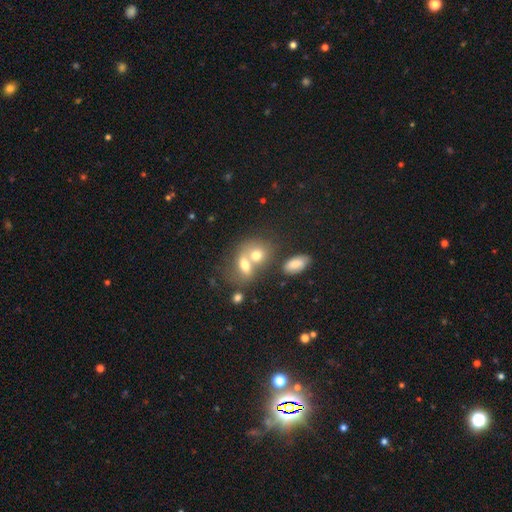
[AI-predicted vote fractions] Smooth or featured: smooth — 63% (featured or disk — 24%)
How rounded: in between — 57% (round — 40%)
Merging: merger — 62% (none — 25%)